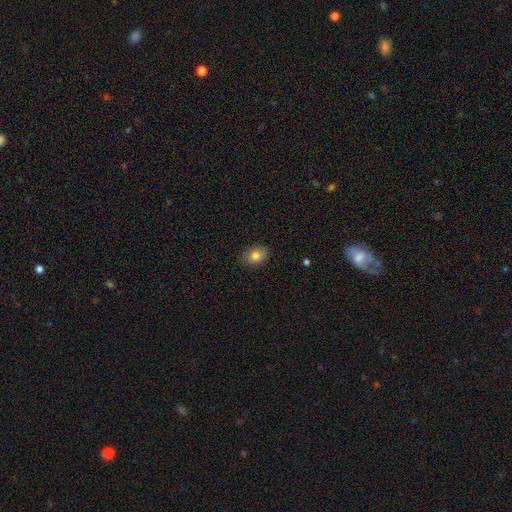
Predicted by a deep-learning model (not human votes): smooth-or-featured: smooth: 82% | featured or disk: 9% | star or artifact: 9%
  how-rounded: in between: 76% | round: 23% | cigar-shaped: 1%
  merging: none: 86% | minor disturbance: 11% | major disturbance: 2% | merger: 1%